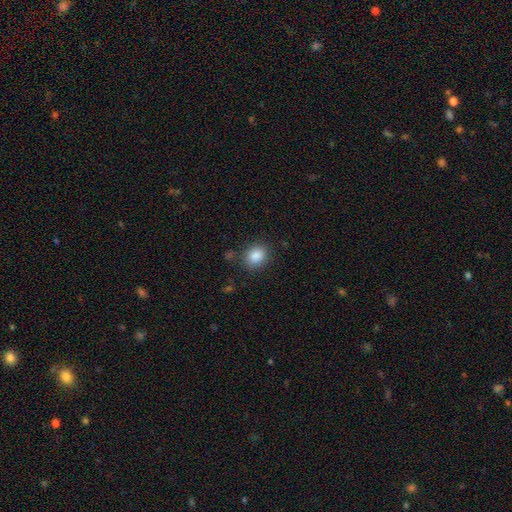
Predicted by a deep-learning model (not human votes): Overall: smooth (87%). How rounded: round (60%; in between 39%). Merging: none (82%).